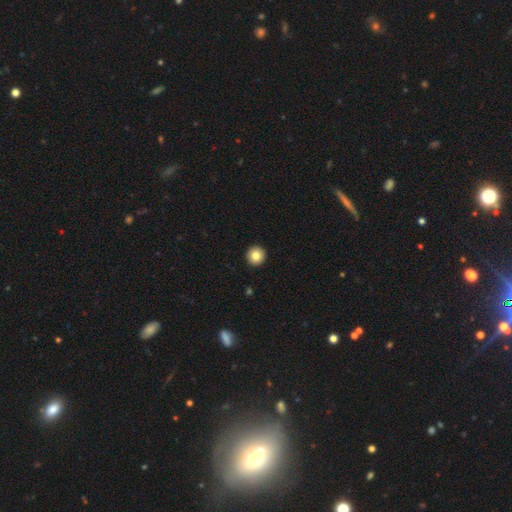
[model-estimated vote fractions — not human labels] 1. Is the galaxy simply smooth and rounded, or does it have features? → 83% smooth, 9% star or artifact, 8% featured or disk.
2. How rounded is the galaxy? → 96% round, 3% in between, 1% cigar-shaped.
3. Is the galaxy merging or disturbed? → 94% none, 4% minor disturbance, 1% major disturbance, 1% merger.